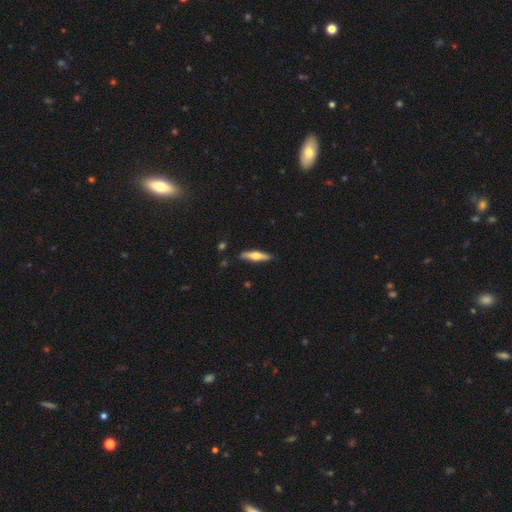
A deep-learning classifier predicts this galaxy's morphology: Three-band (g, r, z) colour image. It shows a smooth galaxy with no disk features (51%) that is cigar-shaped (76%). Merging: none (87%).